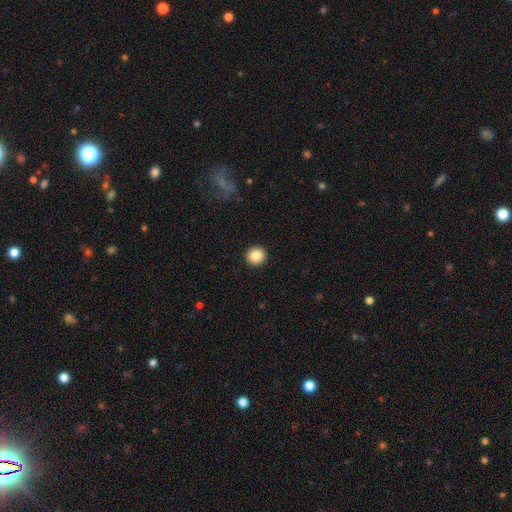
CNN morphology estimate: smooth_or_featured: smooth (p=0.86) [alt: star or artifact p=0.09]
how_rounded: round (p=0.93) [alt: in between p=0.06]
merging: none (p=0.93) [alt: minor disturbance p=0.04]